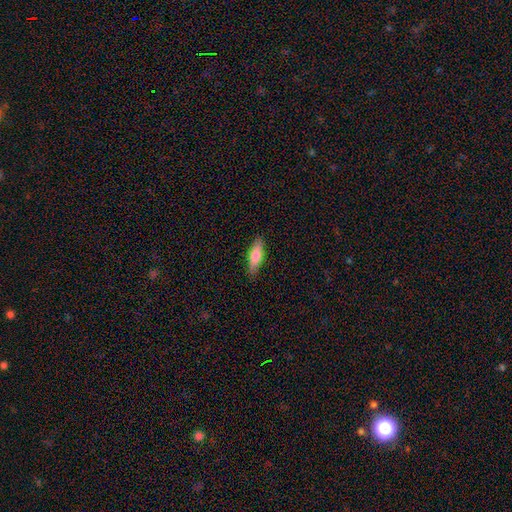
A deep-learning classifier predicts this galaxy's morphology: Overall: smooth (73%). How rounded: cigar-shaped (52%; in between 46%). Merging: none (87%).